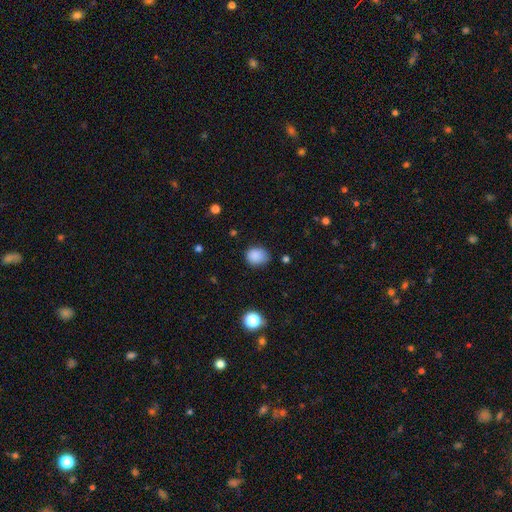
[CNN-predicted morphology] Smooth or featured? smooth (86%)
How rounded? round (57%)
Merging? none (65%)